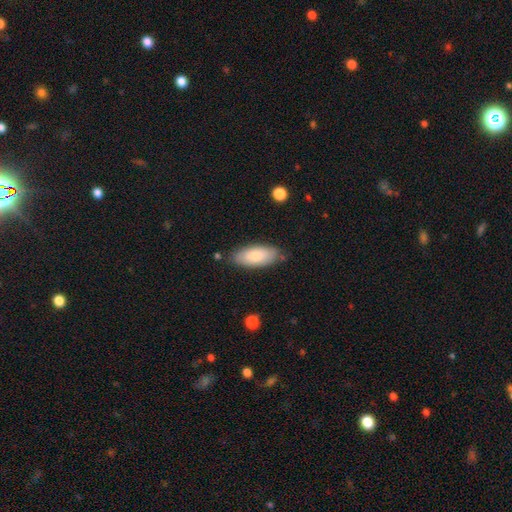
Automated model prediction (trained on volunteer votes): Smooth or featured? Predicted: smooth (p=0.77). How rounded? Predicted: in between (p=0.87). Merging? Predicted: none (p=0.78).